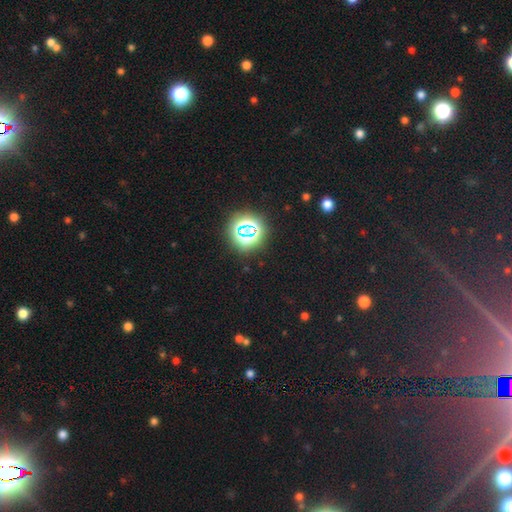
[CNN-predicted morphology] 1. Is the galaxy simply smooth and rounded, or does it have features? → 70% star or artifact, 21% smooth, 9% featured or disk.